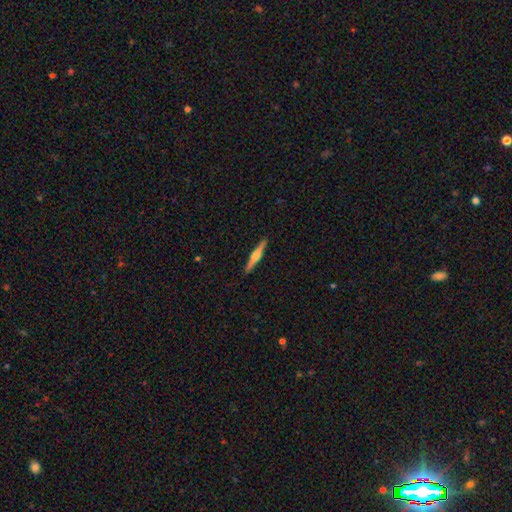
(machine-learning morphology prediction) type=featured or disk (67%); edge-on=yes (98%); edge-on bulge=rounded (82%); merging=none (92%).